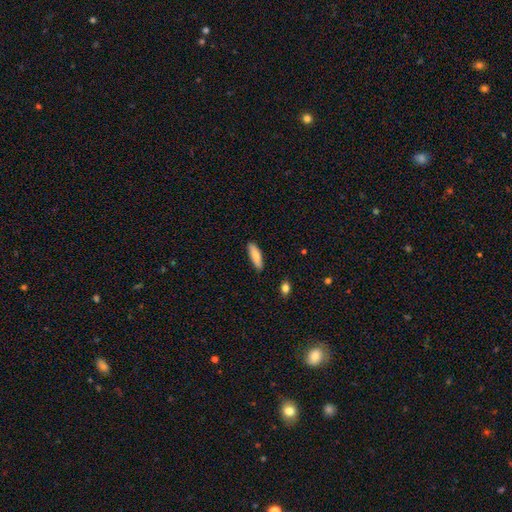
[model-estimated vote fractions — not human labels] smooth_or_featured: smooth (p=0.81) [alt: featured or disk p=0.13]
how_rounded: cigar-shaped (p=0.53) [alt: in between p=0.45]
merging: none (p=0.86) [alt: minor disturbance p=0.11]